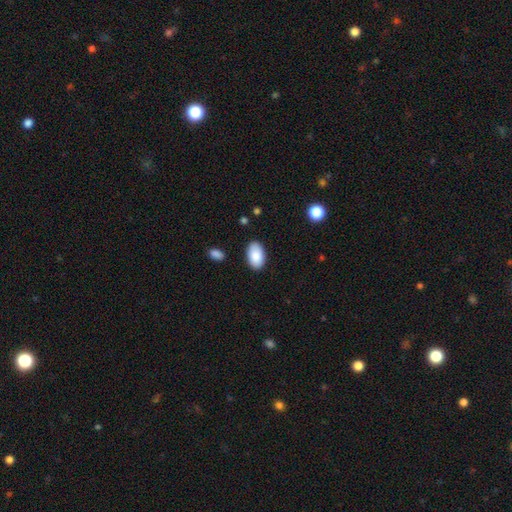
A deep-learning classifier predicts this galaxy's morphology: Smooth or featured? smooth (89%)
How rounded? in between (94%)
Merging? none (87%)